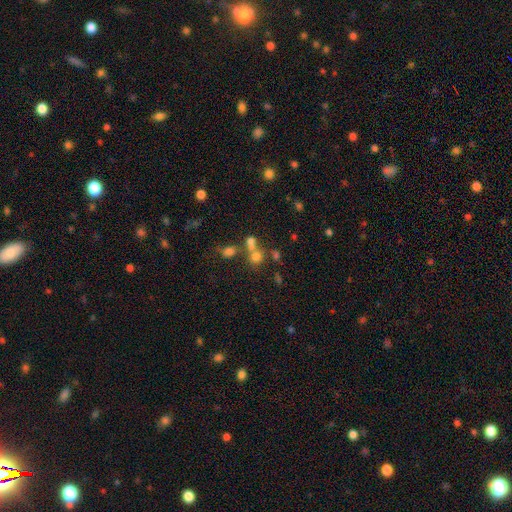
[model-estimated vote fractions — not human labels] Smooth or featured?
  - smooth: 63% *
  - star or artifact: 22%
  - featured or disk: 15%
How rounded?
  - round: 83% *
  - in between: 16%
  - cigar-shaped: 1%
Merging?
  - none: 48% *
  - merger: 38%
  - minor disturbance: 8%
  - major disturbance: 5%